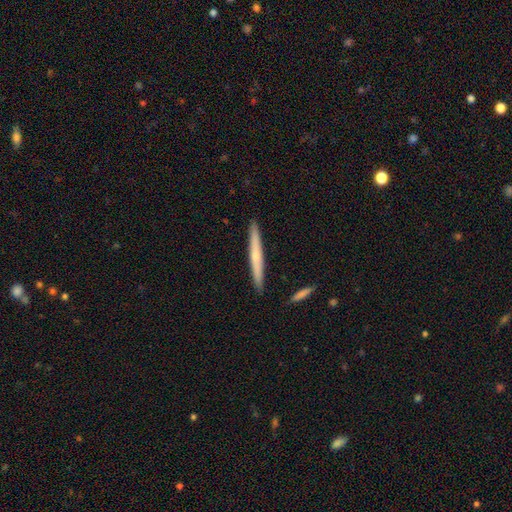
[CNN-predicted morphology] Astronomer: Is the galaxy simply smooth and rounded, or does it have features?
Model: smooth — 49% (runner-up: featured or disk, 46%).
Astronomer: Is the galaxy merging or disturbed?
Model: none — 91%.